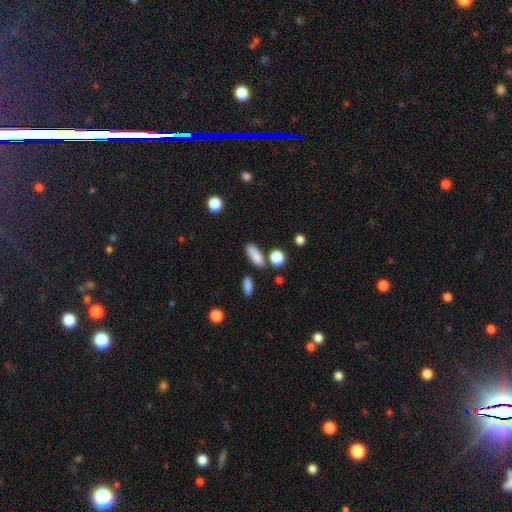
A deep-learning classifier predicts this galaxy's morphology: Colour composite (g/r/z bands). It shows a smooth galaxy with no disk features (85%) that is in between round and cigar-shaped (69%). Merging: none (76%).